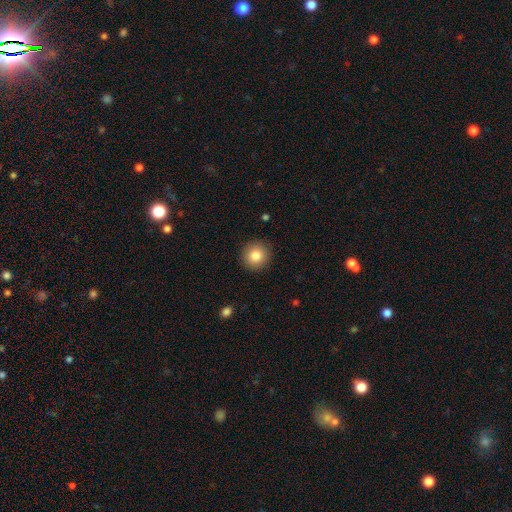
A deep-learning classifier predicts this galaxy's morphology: Smooth or featured?
  - smooth: 84% *
  - star or artifact: 9%
  - featured or disk: 7%
How rounded?
  - round: 94% *
  - in between: 5%
  - cigar-shaped: 1%
Merging?
  - none: 91% *
  - minor disturbance: 6%
  - major disturbance: 2%
  - merger: 1%